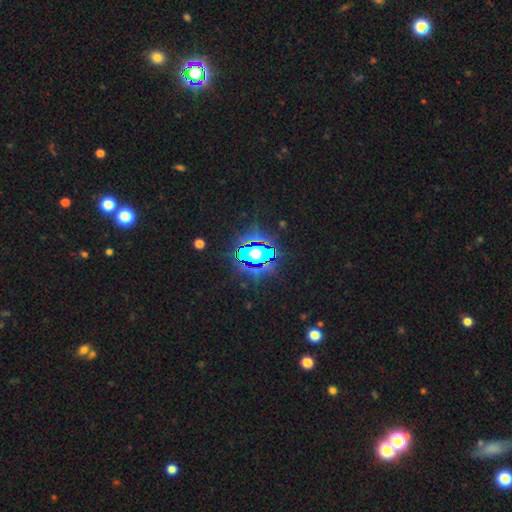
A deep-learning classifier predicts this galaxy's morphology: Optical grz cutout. It shows a star or artifact, not a galaxy (72%).